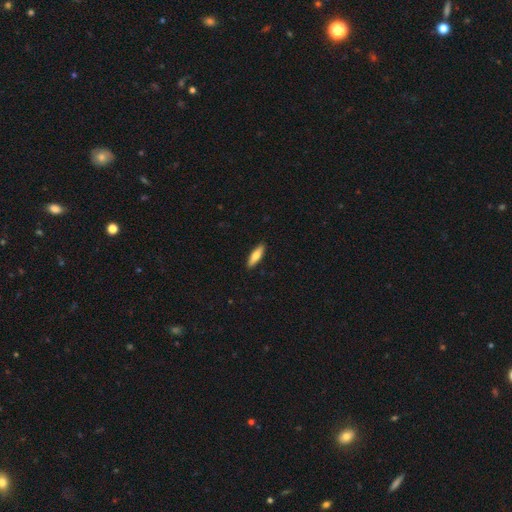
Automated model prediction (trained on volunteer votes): The model was most divided on "how rounded": cigar-shaped: 57%, in between: 41%, round: 2%. More confident: merging — none (90%); smooth or featured — smooth (74%).